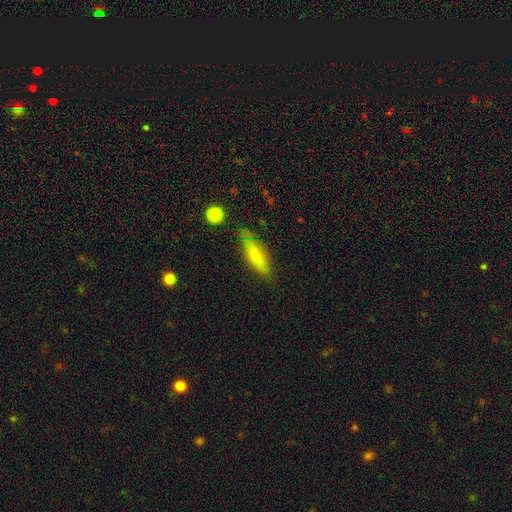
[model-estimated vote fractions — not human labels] Smooth or featured?
  - smooth: 73% *
  - featured or disk: 20%
  - star or artifact: 7%
How rounded?
  - in between: 52% *
  - cigar-shaped: 46%
  - round: 2%
Merging?
  - none: 73% *
  - minor disturbance: 21%
  - major disturbance: 5%
  - merger: 2%